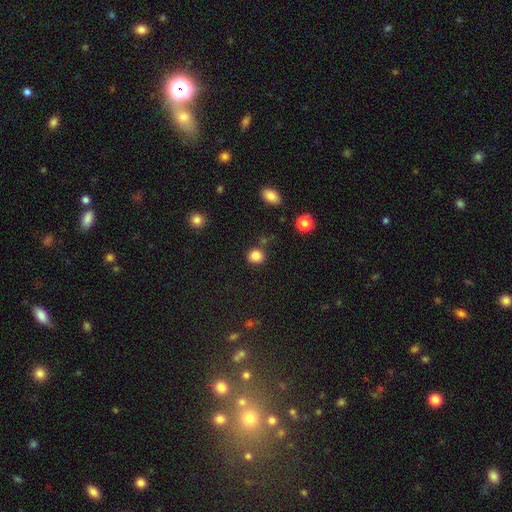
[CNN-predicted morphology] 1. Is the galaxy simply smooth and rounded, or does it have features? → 85% smooth, 11% star or artifact, 4% featured or disk.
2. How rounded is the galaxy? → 81% round, 18% in between, 1% cigar-shaped.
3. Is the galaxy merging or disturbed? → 82% none, 10% minor disturbance, 5% merger, 3% major disturbance.